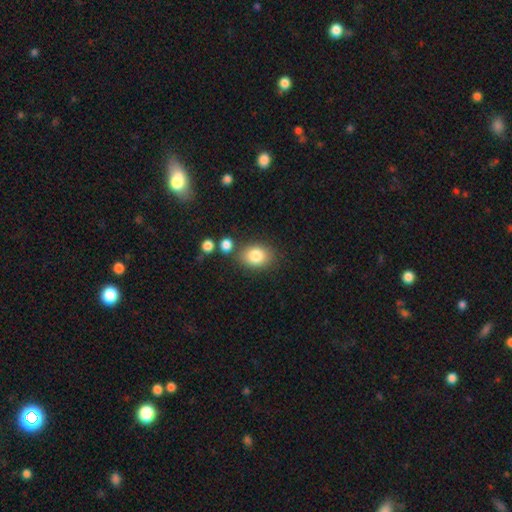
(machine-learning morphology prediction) smooth_or_featured: smooth (p=0.83) [alt: star or artifact p=0.09]
how_rounded: in between (p=0.61) [alt: round p=0.38]
merging: none (p=0.76) [alt: minor disturbance p=0.13]